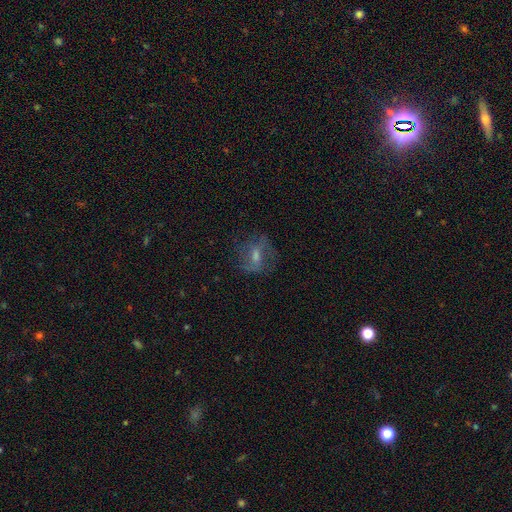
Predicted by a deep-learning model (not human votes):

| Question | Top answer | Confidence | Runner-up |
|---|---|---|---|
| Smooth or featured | featured or disk | 58% | smooth (27%) |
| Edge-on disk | no | 93% | yes (7%) |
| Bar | weak | 47% | no (31%) |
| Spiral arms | yes | 74% | no (26%) |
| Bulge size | moderate | 48% | small (36%) |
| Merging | none | 70% | minor disturbance (17%) |